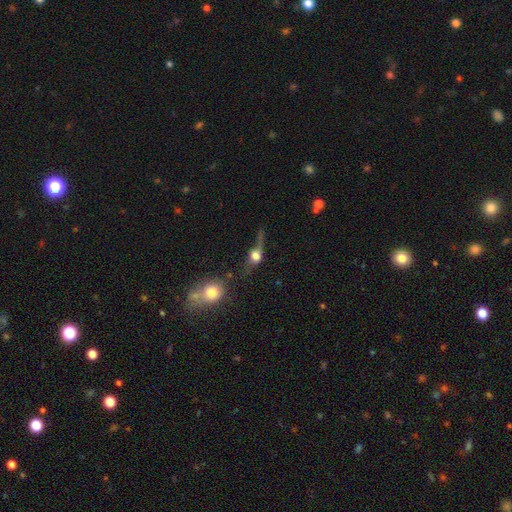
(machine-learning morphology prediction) type=featured or disk (44%); merging=none (37%).